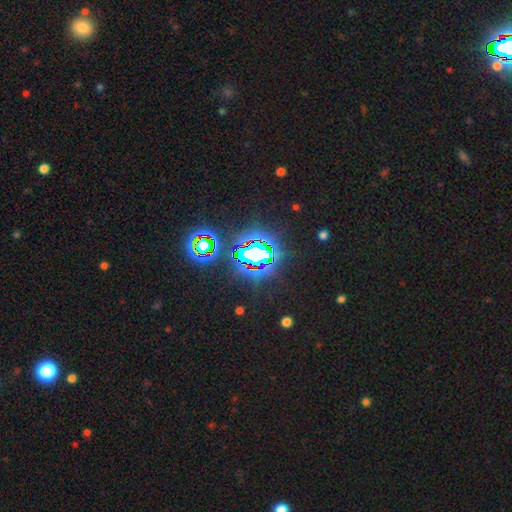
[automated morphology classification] Smooth or featured?
  - star or artifact: 73% *
  - smooth: 15%
  - featured or disk: 12%